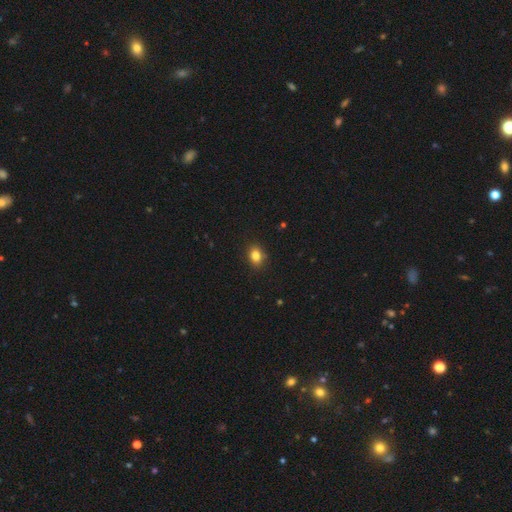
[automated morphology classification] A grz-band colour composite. It shows a smooth galaxy with no disk features (83%) that is in between round and cigar-shaped (61%). Merging: none (86%).